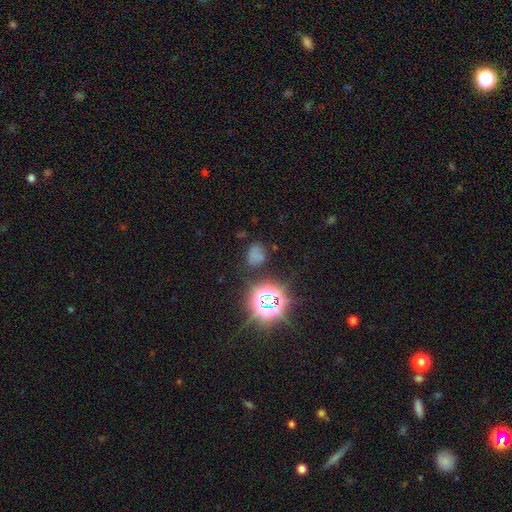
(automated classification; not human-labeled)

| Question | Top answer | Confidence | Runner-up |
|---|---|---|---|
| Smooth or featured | smooth | 54% | star or artifact (36%) |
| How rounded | in between | 56% | round (43%) |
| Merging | none | 64% | minor disturbance (20%) |